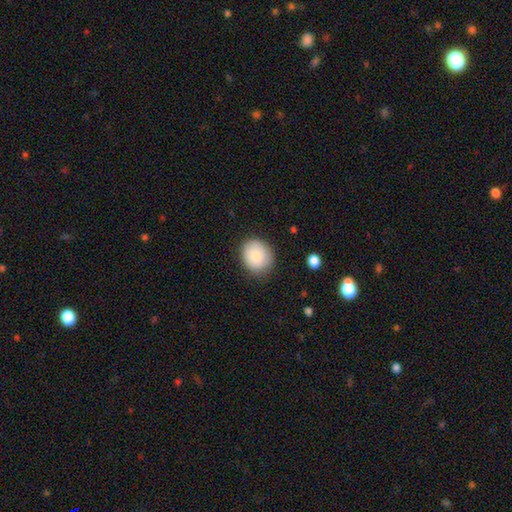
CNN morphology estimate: This is clearly a smooth galaxy (84%). How rounded: likely round (68%). Merging: likely none (80%).